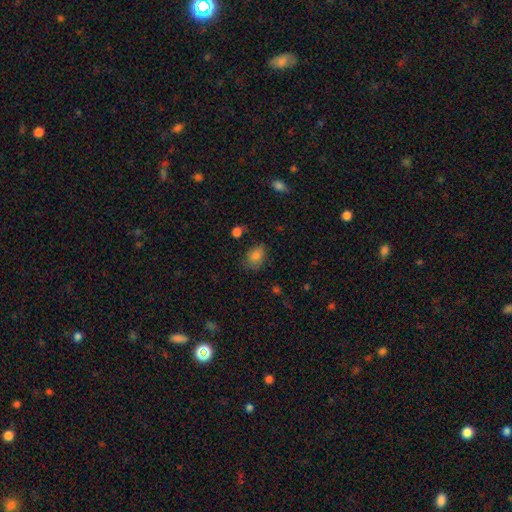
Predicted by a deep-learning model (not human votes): smooth 82%, star or artifact 11%, featured or disk 8%. Down the decision tree: how rounded — in between (74%); merging — none (66%).